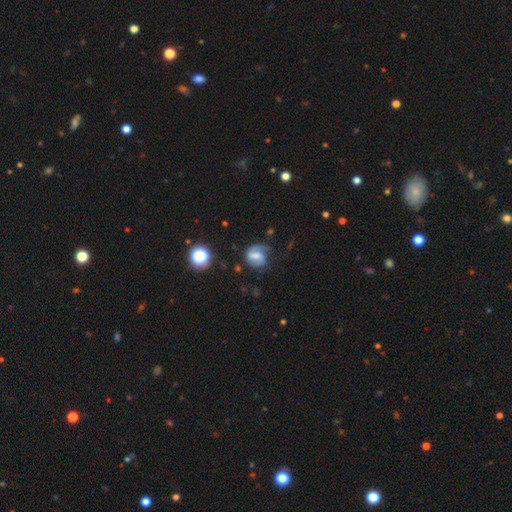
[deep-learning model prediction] This is likely a featured or disk galaxy (66%). It is clearly not viewed edge-on (98%). Bar: possibly weak (50%). Spiral arm pattern: clearly yes (90%). Spiral arm count: likely 2 (61%). Spiral winding: marginally medium (45%). Central bulge: marginally moderate (37%). Merging: possibly none (57%).